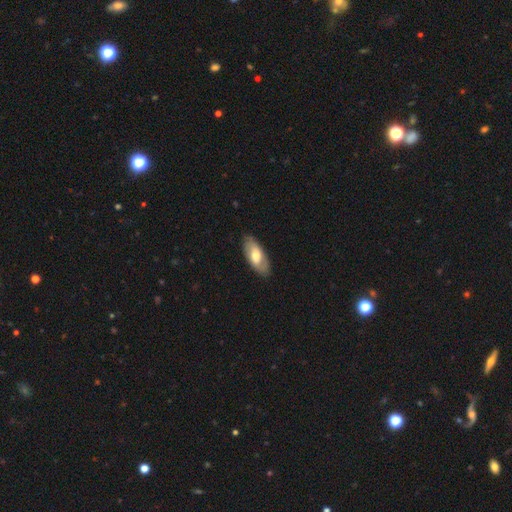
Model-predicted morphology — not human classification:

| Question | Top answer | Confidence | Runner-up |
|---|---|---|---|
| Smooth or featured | smooth | 51% | featured or disk (44%) |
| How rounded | in between | 88% | cigar-shaped (9%) |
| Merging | none | 83% | minor disturbance (13%) |